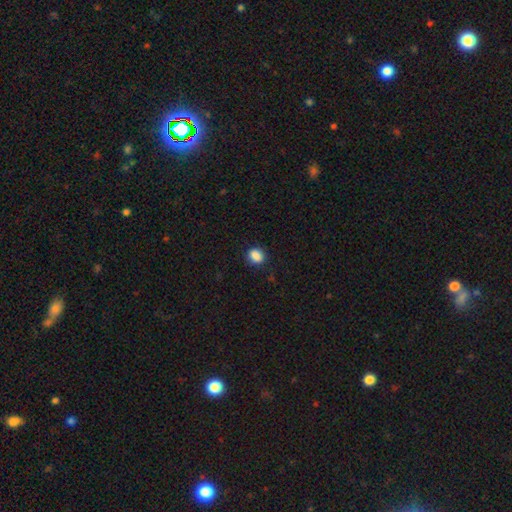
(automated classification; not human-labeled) This appears to be a smooth galaxy with no disk features (88%) that is round (55%). Merging: none (85%).